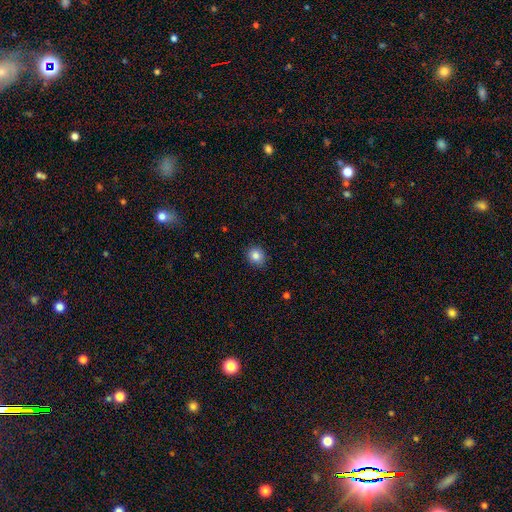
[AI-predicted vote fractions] Smooth or featured?
  - smooth: 84% *
  - star or artifact: 10%
  - featured or disk: 6%
How rounded?
  - round: 79% *
  - in between: 20%
  - cigar-shaped: 1%
Merging?
  - none: 86% *
  - minor disturbance: 11%
  - major disturbance: 2%
  - merger: 1%